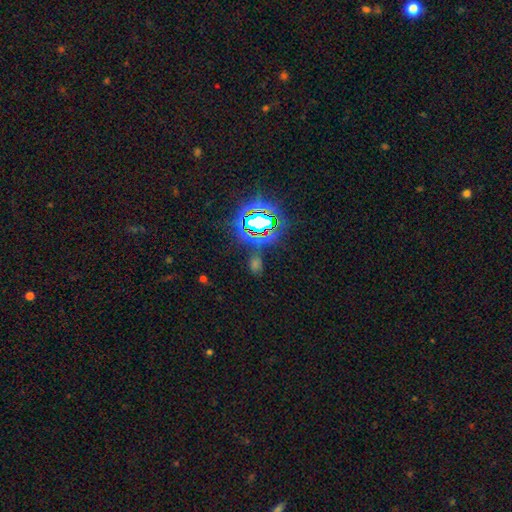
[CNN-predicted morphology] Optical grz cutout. It shows a star or artifact, not a galaxy (73%).